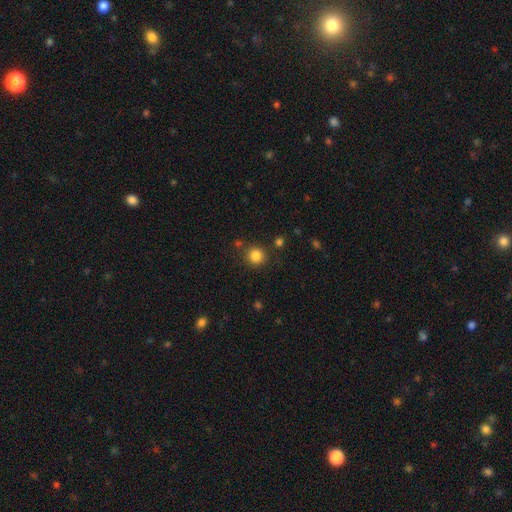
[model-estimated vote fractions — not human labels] Smooth or featured? smooth (84%)
How rounded? round (93%)
Merging? none (85%)